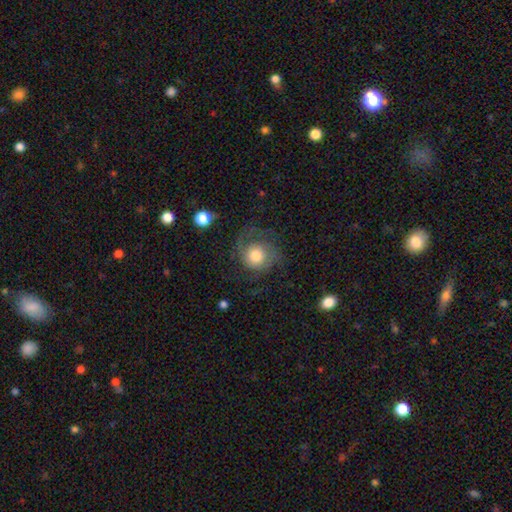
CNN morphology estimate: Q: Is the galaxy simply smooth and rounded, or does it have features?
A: featured or disk — 53%.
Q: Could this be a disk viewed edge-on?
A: no — 98%.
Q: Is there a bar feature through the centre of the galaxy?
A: no — 82%.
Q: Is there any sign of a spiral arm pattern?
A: yes — 86%.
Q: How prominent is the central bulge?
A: moderate — 52%.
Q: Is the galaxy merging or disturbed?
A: none — 57%.